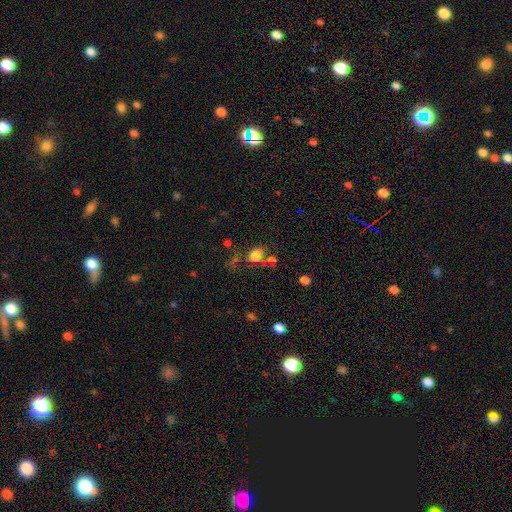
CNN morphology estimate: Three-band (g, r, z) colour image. It shows a smooth galaxy with no disk features (74%) that is in between round and cigar-shaped (61%). Merging: none (50%).